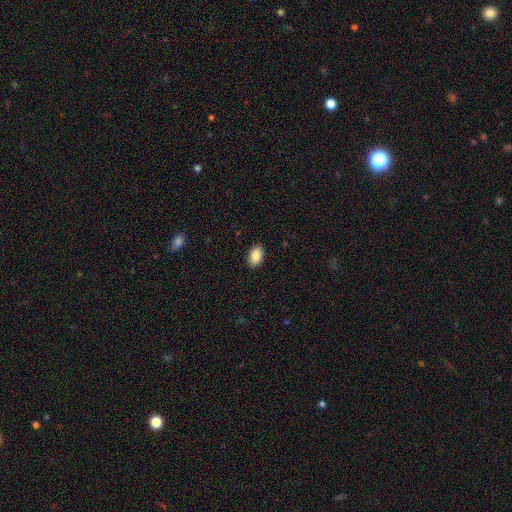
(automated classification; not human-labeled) Smooth or featured? Predicted: smooth (p=0.89). How rounded? Predicted: in between (p=0.90). Merging? Predicted: none (p=0.89).